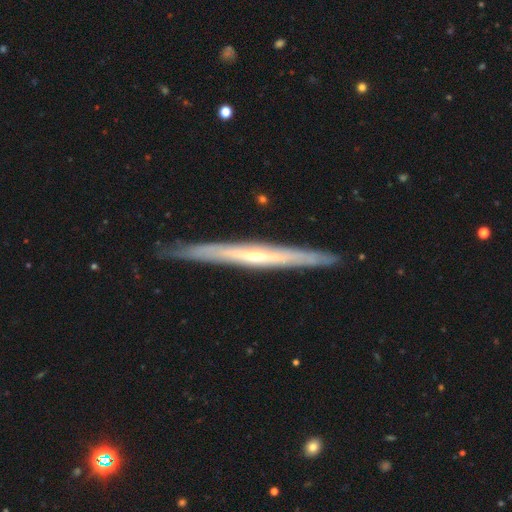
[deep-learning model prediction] featured or disk 76%, smooth 19%, star or artifact 5%. Down the decision tree: edge-on disk — yes (94%); edge-on bulge — rounded (56%); merging — none (88%).